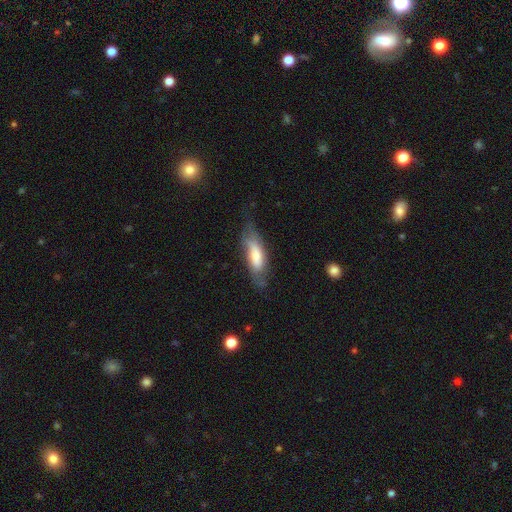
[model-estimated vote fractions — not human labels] The model was most divided on "how rounded": in between: 58%, cigar-shaped: 40%, round: 2%. More confident: smooth or featured — smooth (59%); merging — none (59%).